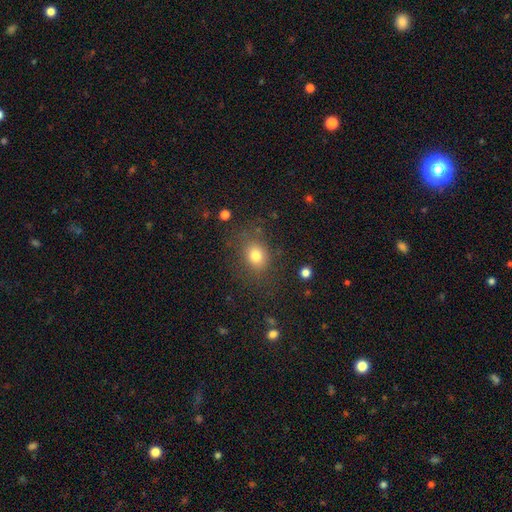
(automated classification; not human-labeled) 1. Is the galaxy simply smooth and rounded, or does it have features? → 78% smooth, 13% star or artifact, 9% featured or disk.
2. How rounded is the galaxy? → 59% round, 40% in between, 1% cigar-shaped.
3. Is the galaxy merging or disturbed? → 77% none, 14% minor disturbance, 7% major disturbance, 2% merger.